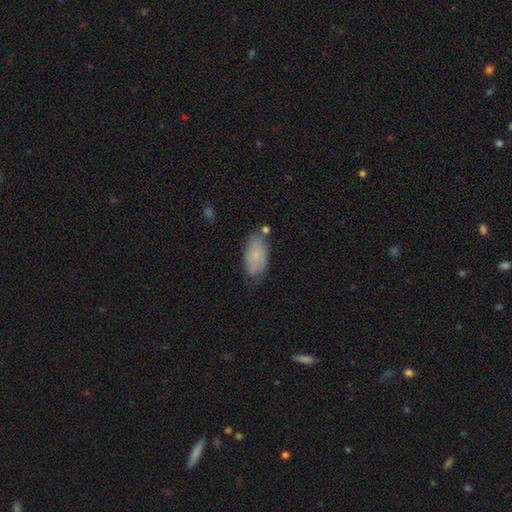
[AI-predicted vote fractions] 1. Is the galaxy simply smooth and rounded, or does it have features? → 74% smooth, 19% featured or disk, 7% star or artifact.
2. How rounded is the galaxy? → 92% in between, 4% cigar-shaped, 3% round.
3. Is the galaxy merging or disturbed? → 61% none, 26% minor disturbance, 7% merger, 6% major disturbance.